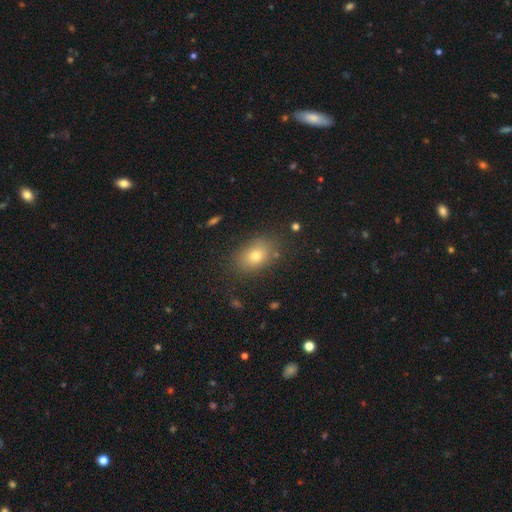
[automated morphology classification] Smooth or featured? smooth (76%)
How rounded? in between (73%)
Merging? none (82%)